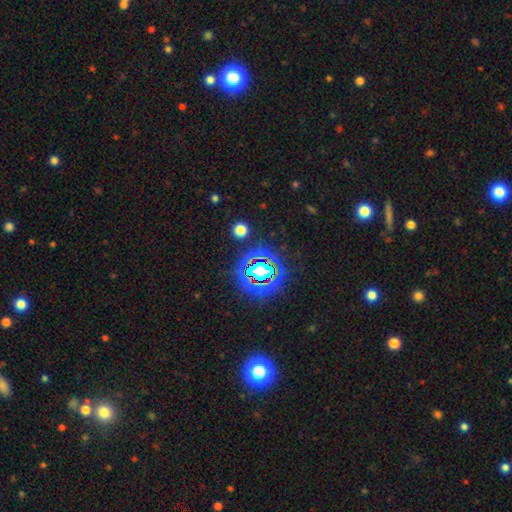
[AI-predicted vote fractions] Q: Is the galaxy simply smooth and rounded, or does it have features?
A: star or artifact — 81%.